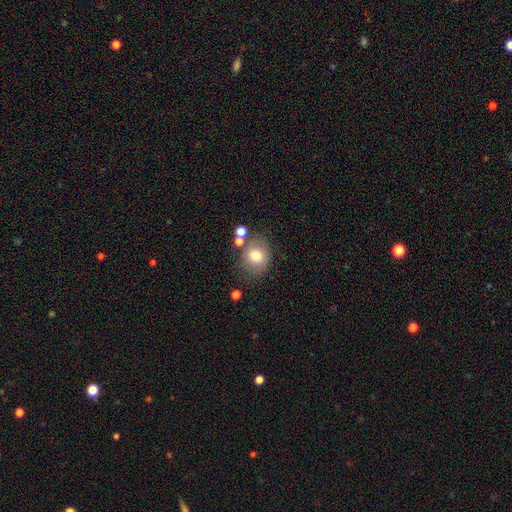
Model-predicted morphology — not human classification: Smooth or featured: smooth — 76% (featured or disk — 14%)
How rounded: round — 64% (in between — 35%)
Merging: none — 66% (minor disturbance — 16%)